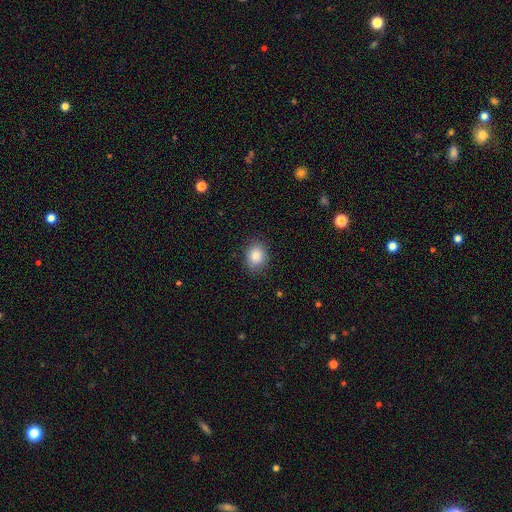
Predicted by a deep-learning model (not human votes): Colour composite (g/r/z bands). It shows a smooth galaxy with no disk features (85%) that is round (51%). Merging: none (86%).